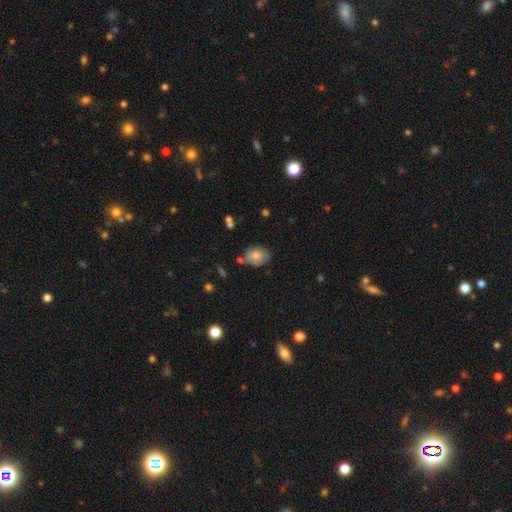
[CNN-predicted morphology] The model was most divided on "how rounded": in between: 62%, round: 37%, cigar-shaped: 1%. More confident: smooth or featured — smooth (77%); merging — none (62%).